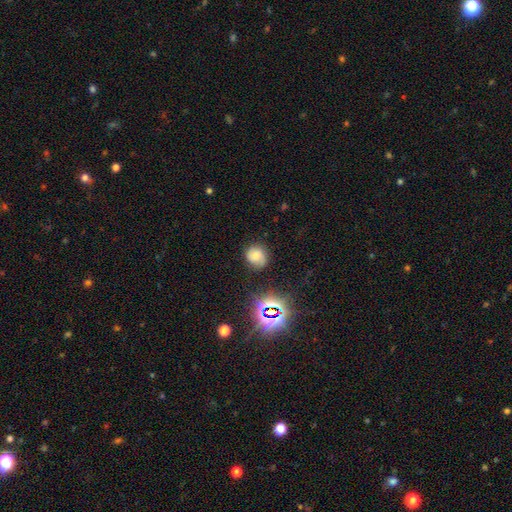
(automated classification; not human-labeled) smooth 54%, featured or disk 27%, star or artifact 19%. Down the decision tree: how rounded — round (79%); merging — none (75%).